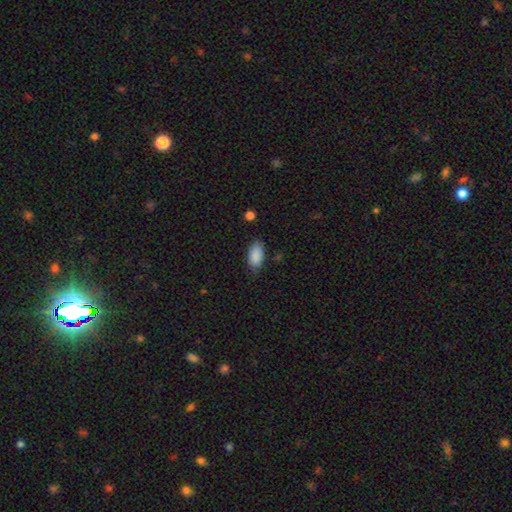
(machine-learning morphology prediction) Overall: smooth (89%). How rounded: in between (93%). Merging: none (77%).